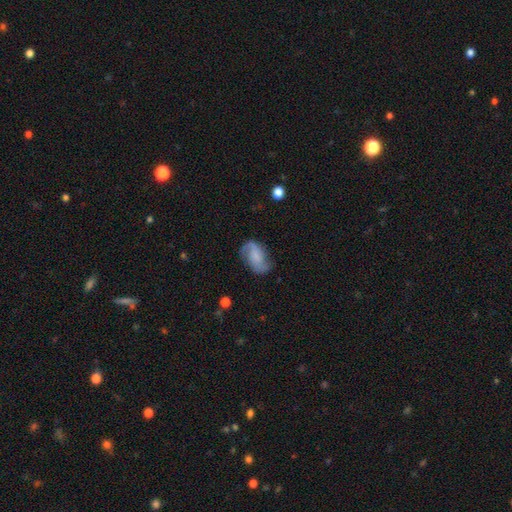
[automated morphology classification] A featured or disk galaxy (61%) with no bar (53%), 2 (83%) loose (50%) spiral arms (91%) and no central bulge (50%). Merging: none (65%).